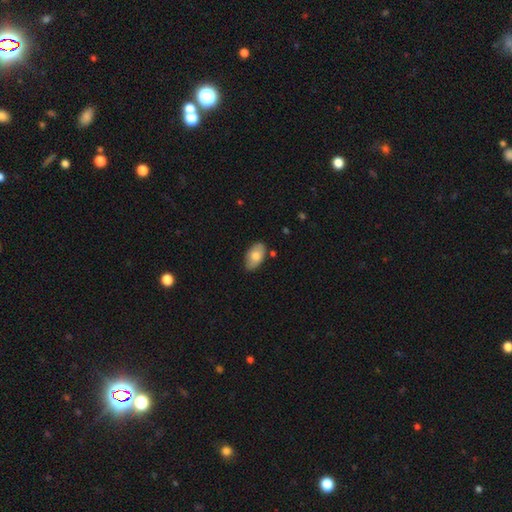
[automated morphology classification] smooth-or-featured: smooth: 75% | featured or disk: 18% | star or artifact: 6%
  how-rounded: in between: 94% | round: 4% | cigar-shaped: 2%
  merging: none: 79% | minor disturbance: 16% | major disturbance: 2% | merger: 2%